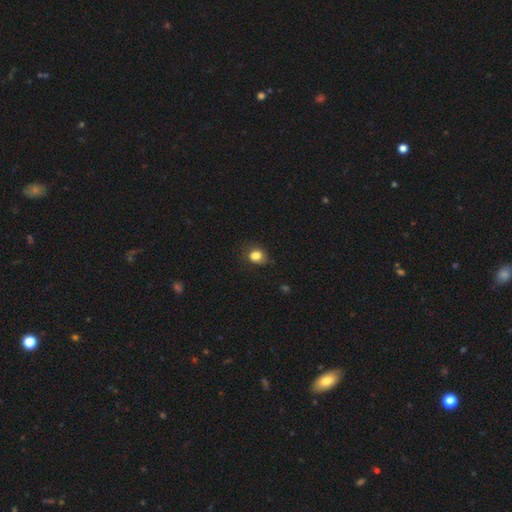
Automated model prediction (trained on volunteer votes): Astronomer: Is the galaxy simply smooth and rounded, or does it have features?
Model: smooth — 82%.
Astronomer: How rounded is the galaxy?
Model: round — 57% (runner-up: in between, 42%).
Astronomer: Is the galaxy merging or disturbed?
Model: none — 65%.